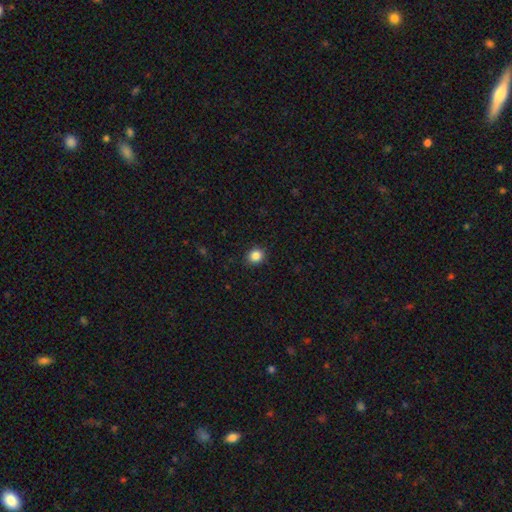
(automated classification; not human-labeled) This is clearly a smooth galaxy (85%). How rounded: likely round (79%). Merging: clearly none (90%).